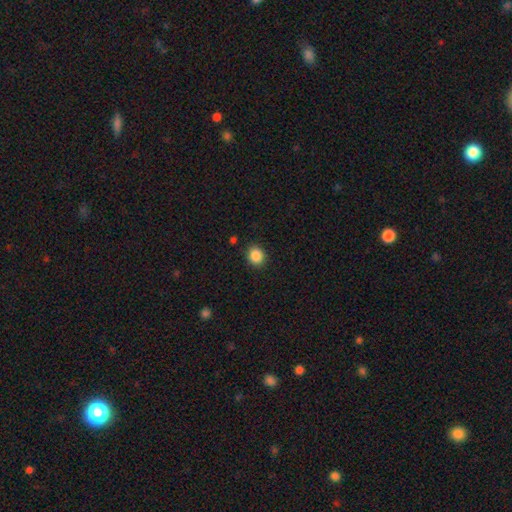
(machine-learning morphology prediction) The model was most divided on "how rounded": round: 77%, in between: 22%, cigar-shaped: 1%. More confident: merging — none (90%); smooth or featured — smooth (87%).